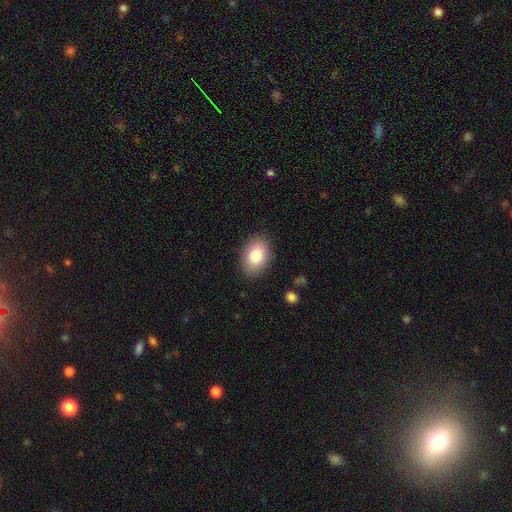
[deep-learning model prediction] Smooth or featured? Predicted: smooth (p=0.82). How rounded? Predicted: in between (p=0.84). Merging? Predicted: none (p=0.87).